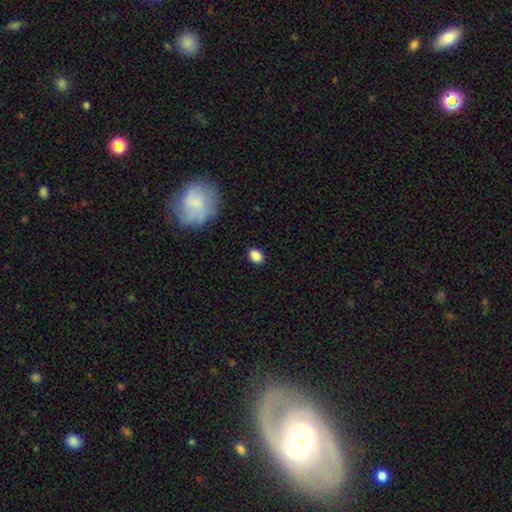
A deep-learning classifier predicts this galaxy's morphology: Overall: smooth (87%). How rounded: in between (64%; round 35%). Merging: none (88%).